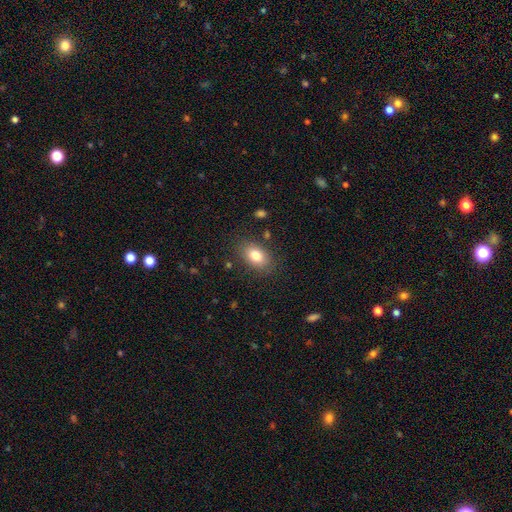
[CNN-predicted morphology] Q: Smooth or featured?
A: smooth (81%); runner-up: featured or disk (10%)
Q: How rounded?
A: in between (85%); runner-up: round (14%)
Q: Merging?
A: none (84%); runner-up: minor disturbance (11%)